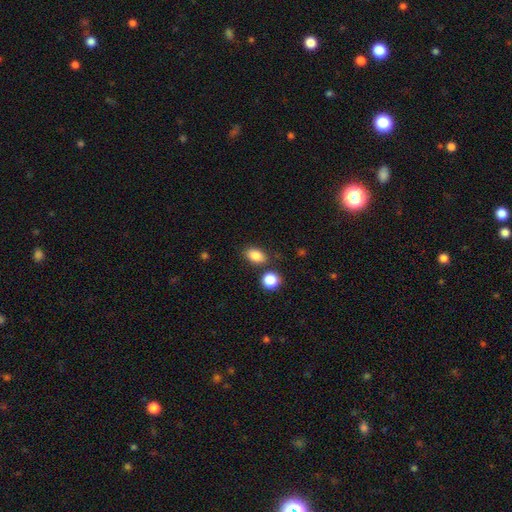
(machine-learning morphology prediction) Smooth or featured? smooth (85%)
How rounded? in between (81%)
Merging? none (77%)